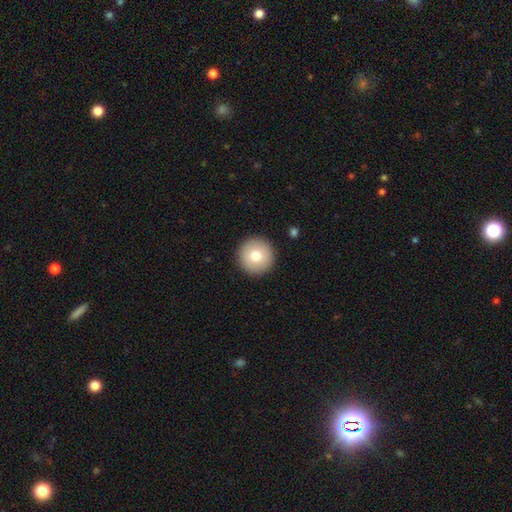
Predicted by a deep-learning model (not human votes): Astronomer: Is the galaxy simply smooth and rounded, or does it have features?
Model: smooth — 76%.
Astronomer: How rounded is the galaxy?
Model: round — 97%.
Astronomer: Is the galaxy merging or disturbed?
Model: none — 93%.